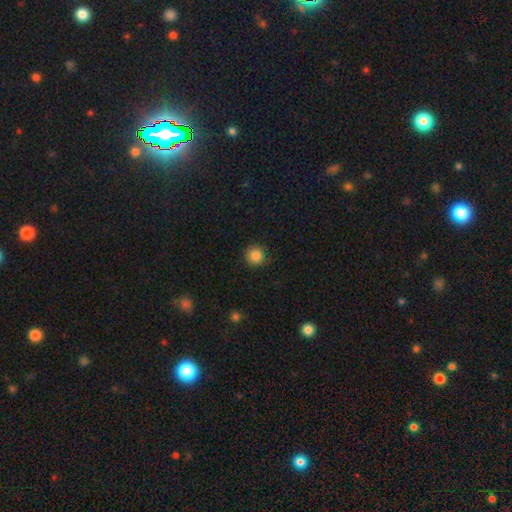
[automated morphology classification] A smooth galaxy with no disk features (86%) that is round (94%). Merging: none (90%).